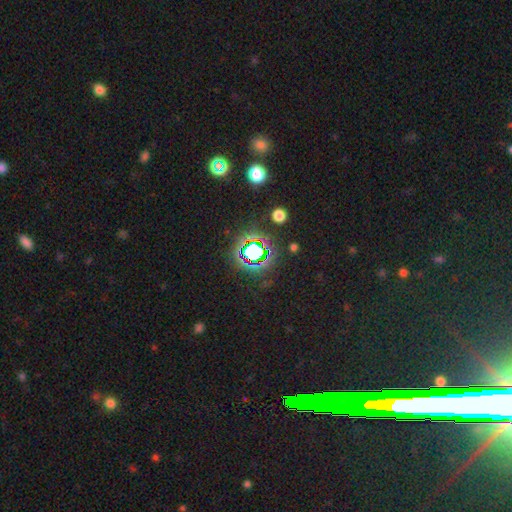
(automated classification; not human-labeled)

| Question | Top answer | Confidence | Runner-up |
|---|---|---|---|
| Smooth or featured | star or artifact | 68% | smooth (21%) |